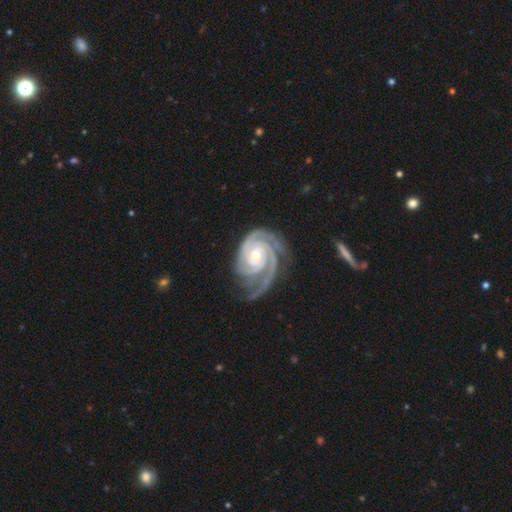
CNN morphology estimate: featured or disk 93%, star or artifact 4%, smooth 3%. Down the decision tree: edge-on disk — no (98%); bar — no (60%); spiral arms — yes (99%); spiral arm count — 3 (44%); spiral winding — tight (77%); bulge size — small (54%); merging — none (62%).